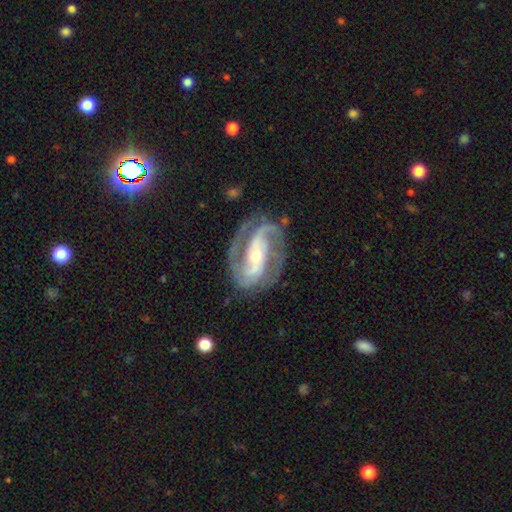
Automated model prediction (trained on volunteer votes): This is clearly a featured or disk galaxy (91%). It is clearly not viewed edge-on (97%). Bar: possibly strong (46%). Spiral arm pattern: clearly yes (98%). Spiral arm count: clearly 2 (82%). Spiral winding: possibly medium (51%). Central bulge: possibly small (53%). Merging: likely none (77%).